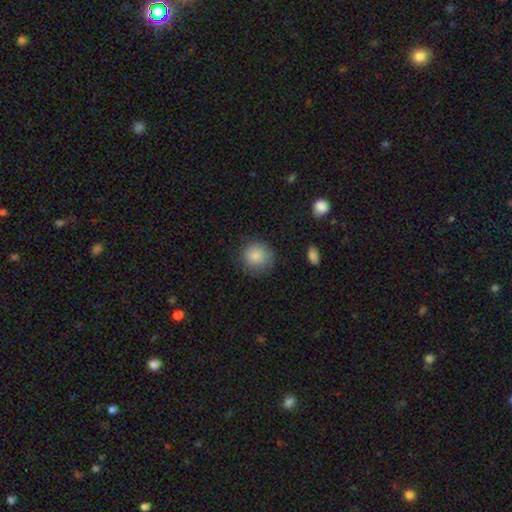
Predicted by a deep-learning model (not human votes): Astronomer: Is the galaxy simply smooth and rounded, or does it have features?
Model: smooth — 85%.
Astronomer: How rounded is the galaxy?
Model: round — 90%.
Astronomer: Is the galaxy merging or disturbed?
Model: none — 79%.